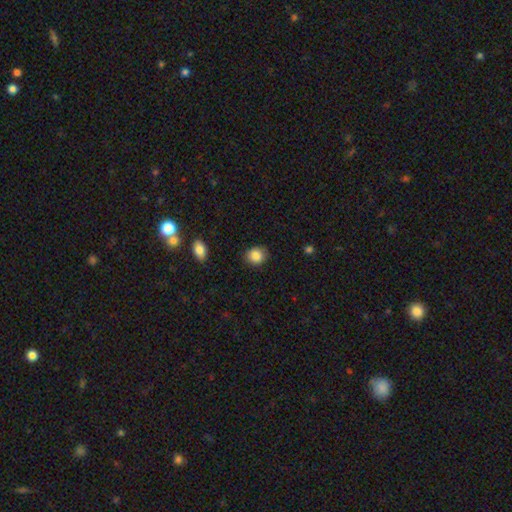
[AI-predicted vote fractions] Morphology: type=smooth (87%); roundness=round (74%); merging=none (86%).